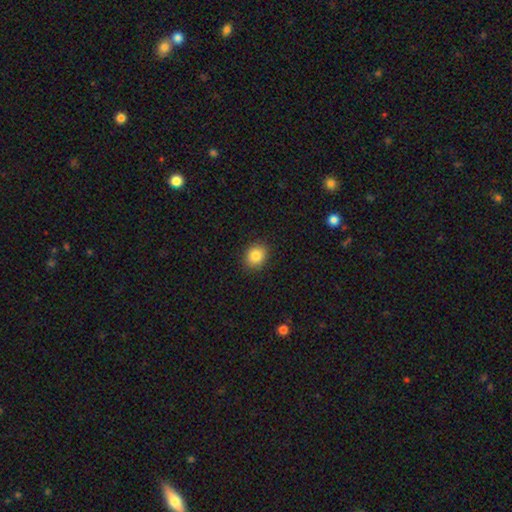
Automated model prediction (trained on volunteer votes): Smooth or featured?
  - smooth: 85% *
  - star or artifact: 9%
  - featured or disk: 5%
How rounded?
  - round: 64% *
  - in between: 35%
  - cigar-shaped: 1%
Merging?
  - none: 90% *
  - minor disturbance: 7%
  - major disturbance: 2%
  - merger: 1%